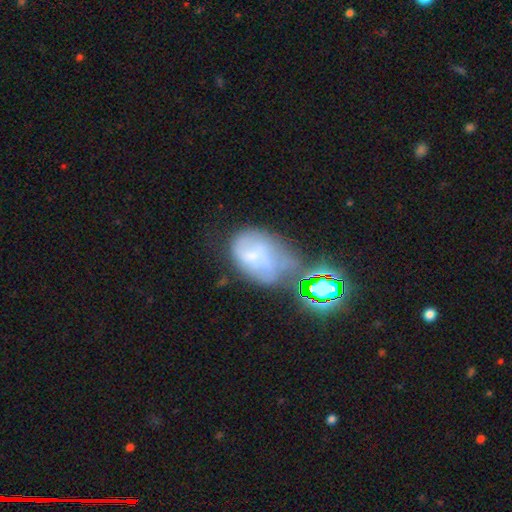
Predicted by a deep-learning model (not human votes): A smooth galaxy with no disk features (43%). Merging: none (26%).